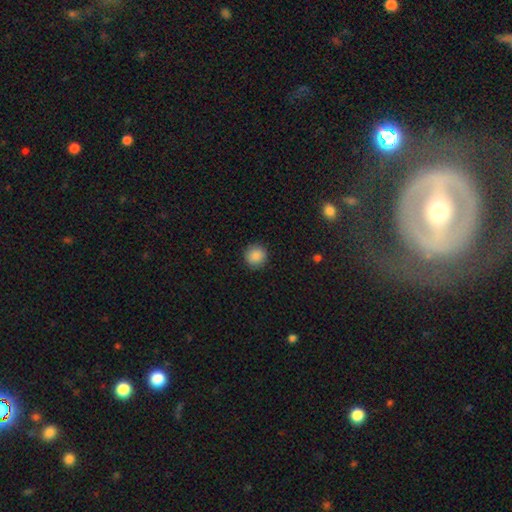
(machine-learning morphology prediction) Q: Smooth or featured?
A: smooth (87%); runner-up: star or artifact (9%)
Q: How rounded?
A: round (94%); runner-up: in between (5%)
Q: Merging?
A: none (92%); runner-up: minor disturbance (6%)